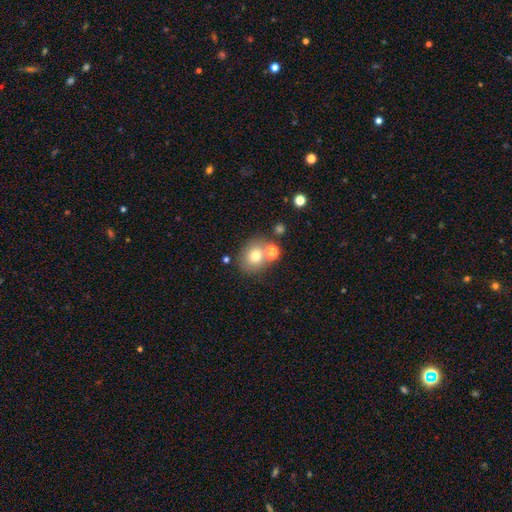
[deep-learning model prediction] Overall: smooth (72%). How rounded: round (72%). Merging: none (64%).